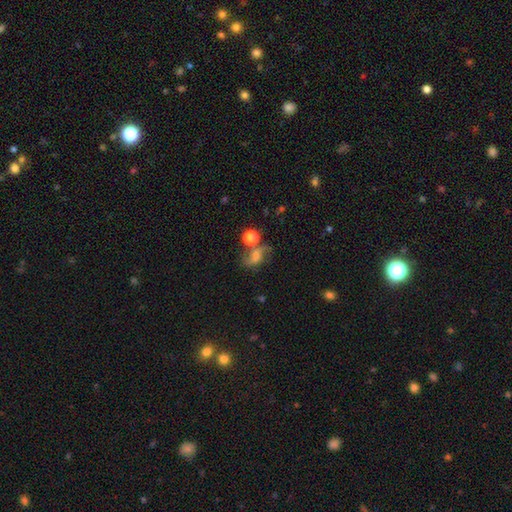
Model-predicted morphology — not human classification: A featured or disk galaxy (55%) with no bar (47%), spiral arms (88%) and no central bulge (33%). Merging: none (49%).